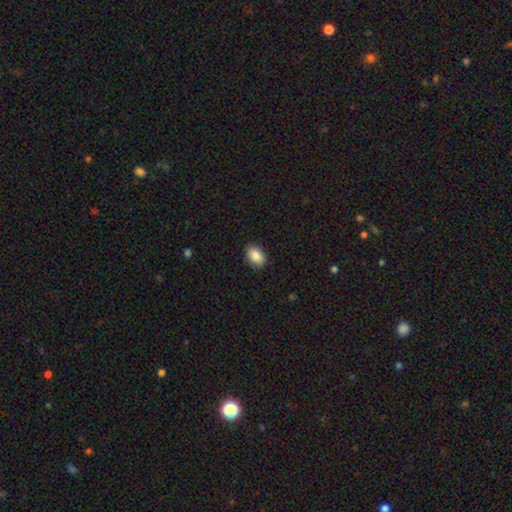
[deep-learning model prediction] This appears to be a smooth galaxy with no disk features (87%) that is in between round and cigar-shaped (86%). Merging: none (89%).